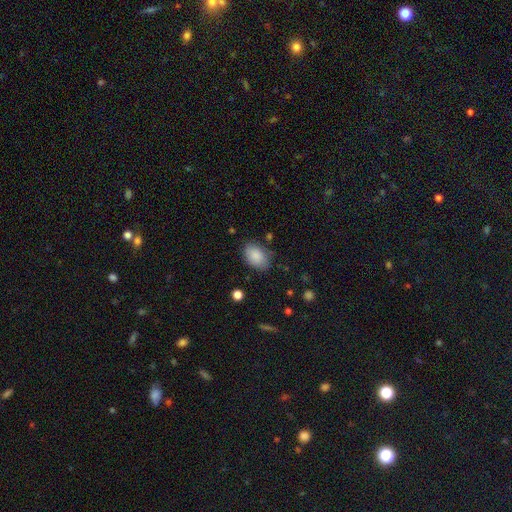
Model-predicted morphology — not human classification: smooth_or_featured: smooth (p=0.87) [alt: star or artifact p=0.07]
how_rounded: in between (p=0.87) [alt: round p=0.12]
merging: none (p=0.77) [alt: minor disturbance p=0.17]